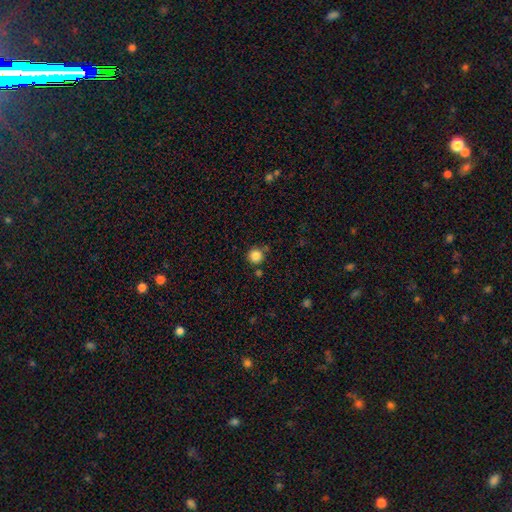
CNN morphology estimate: Smooth or featured? smooth (85%)
How rounded? round (95%)
Merging? none (81%)